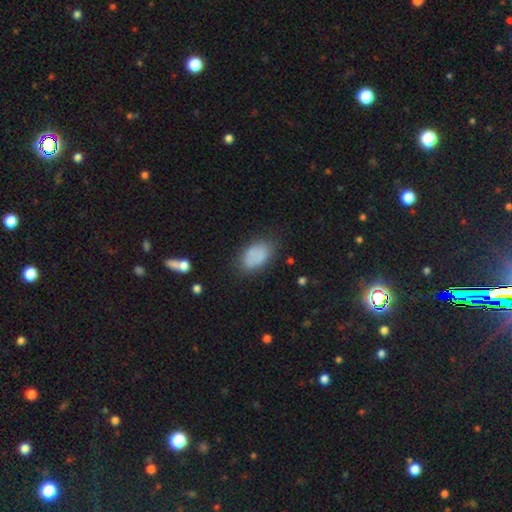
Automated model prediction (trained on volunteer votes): Morphology: type=smooth (80%); roundness=in between (91%); merging=none (70%).